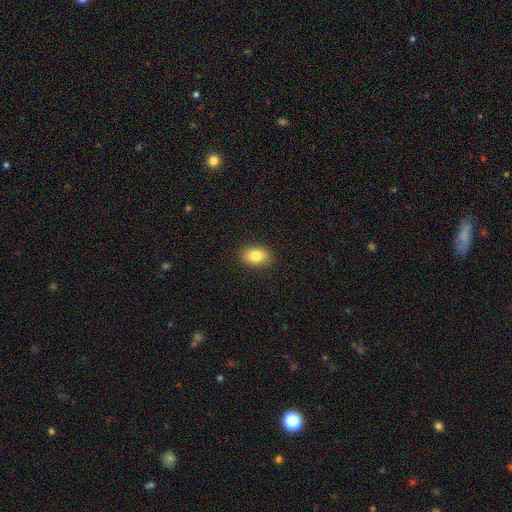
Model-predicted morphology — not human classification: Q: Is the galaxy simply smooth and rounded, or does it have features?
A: smooth — 83%.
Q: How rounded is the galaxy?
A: in between — 80%.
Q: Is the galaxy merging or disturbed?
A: none — 89%.